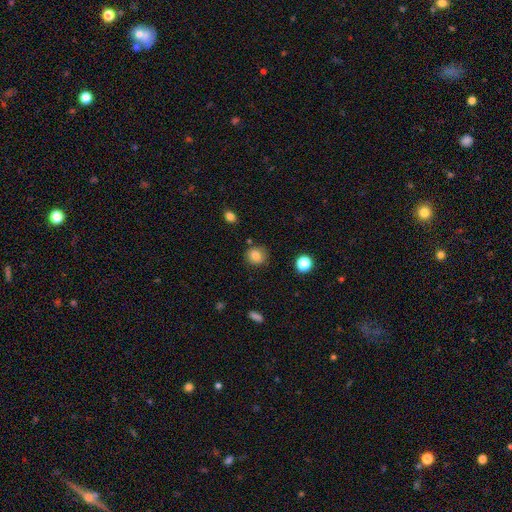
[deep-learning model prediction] This is clearly a smooth galaxy (83%). How rounded: clearly round (85%). Merging: clearly none (84%).